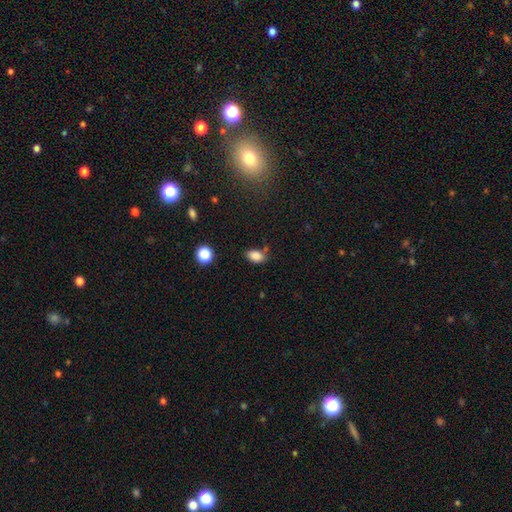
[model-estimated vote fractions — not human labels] This is clearly a smooth galaxy (85%). How rounded: clearly in between (88%). Merging: likely none (71%).